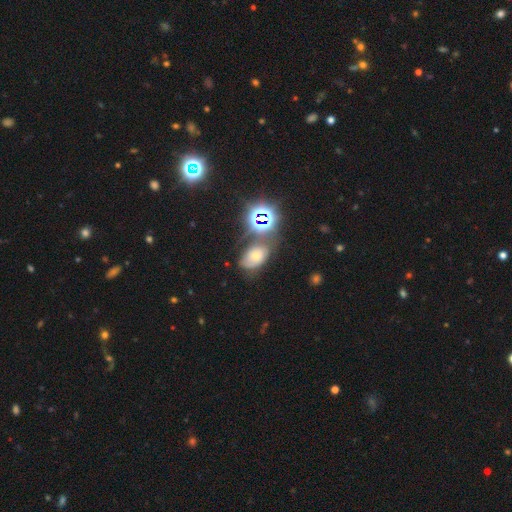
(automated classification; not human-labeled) A smooth galaxy with no disk features (42%).

Vote fractions:
- Smooth or featured? smooth: 42% / star or artifact: 31% / featured or disk: 27%
- Merging? none: 56% / minor disturbance: 24% / major disturbance: 10% / merger: 10%